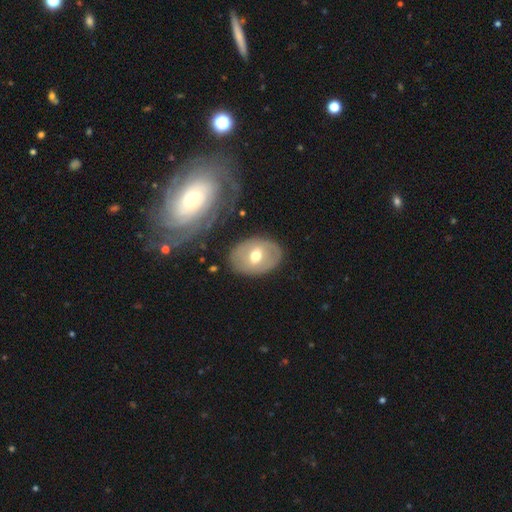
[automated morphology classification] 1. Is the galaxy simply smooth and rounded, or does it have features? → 51% featured or disk, 42% smooth, 7% star or artifact.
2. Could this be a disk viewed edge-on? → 92% no, 8% yes.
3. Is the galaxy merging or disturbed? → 79% none, 14% minor disturbance, 4% major disturbance, 3% merger.